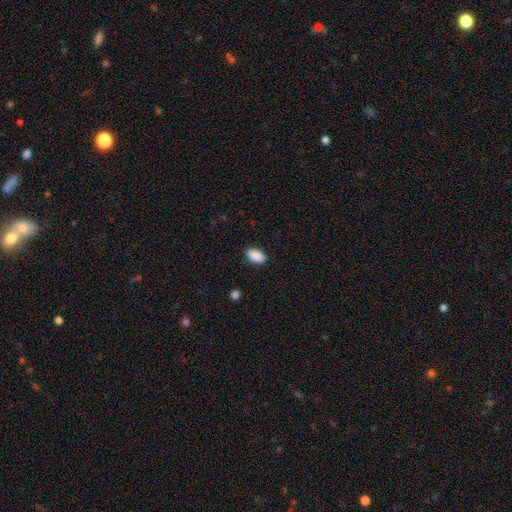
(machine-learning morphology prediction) Smooth or featured: smooth — 90% (star or artifact — 7%)
How rounded: in between — 92% (cigar-shaped — 5%)
Merging: none — 87% (minor disturbance — 9%)